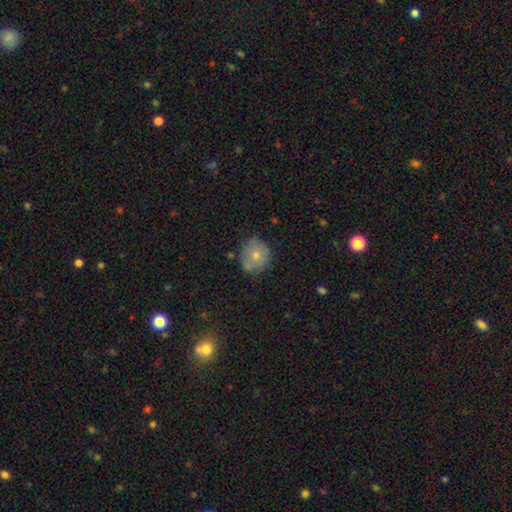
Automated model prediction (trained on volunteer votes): This appears to be a smooth galaxy with no disk features (70%) that is round (78%). Merging: none (66%).